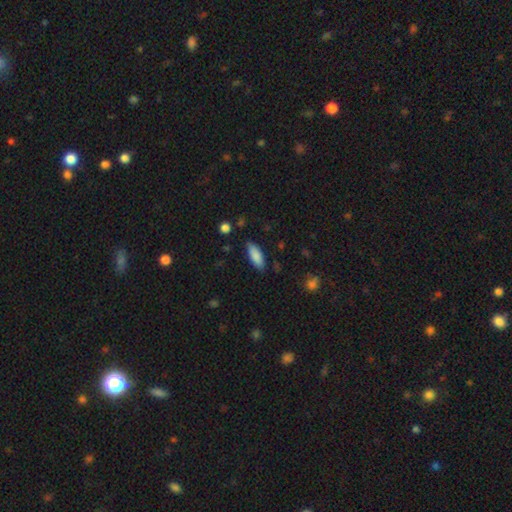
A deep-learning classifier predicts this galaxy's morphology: A smooth galaxy with no disk features (86%) that is in between round and cigar-shaped (71%).

Vote fractions:
- Smooth or featured? smooth: 86% / featured or disk: 8% / star or artifact: 6%
- How rounded? in between: 71% / cigar-shaped: 27% / round: 2%
- Merging? none: 83% / minor disturbance: 13% / major disturbance: 2% / merger: 2%